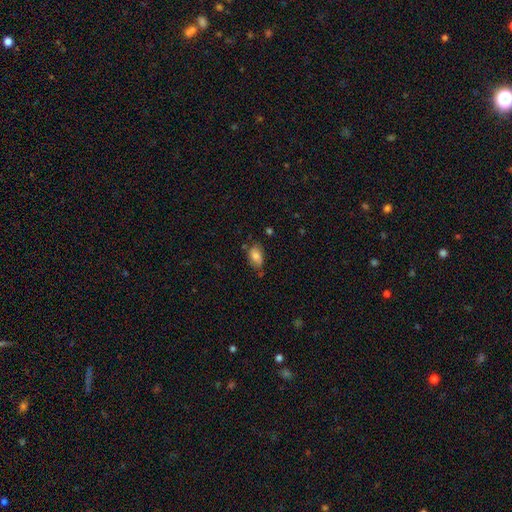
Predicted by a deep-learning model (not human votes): smooth_or_featured: smooth (p=0.81) [alt: featured or disk p=0.11]
how_rounded: in between (p=0.89) [alt: round p=0.08]
merging: none (p=0.67) [alt: minor disturbance p=0.23]